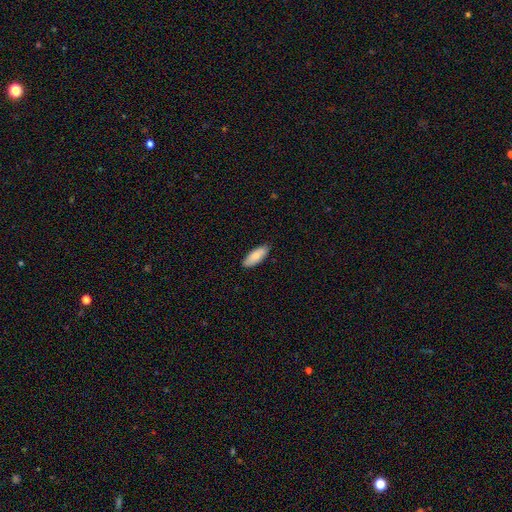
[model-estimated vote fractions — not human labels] Morphology: type=smooth (80%); roundness=in between (76%); merging=none (87%).